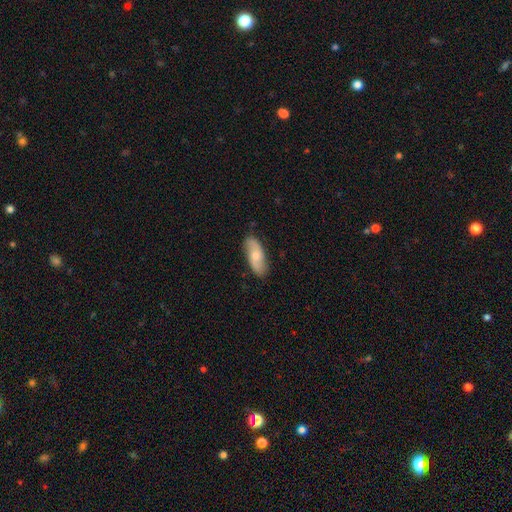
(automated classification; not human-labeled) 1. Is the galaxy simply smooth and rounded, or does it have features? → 54% smooth, 40% featured or disk, 6% star or artifact.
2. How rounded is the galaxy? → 72% in between, 25% cigar-shaped, 3% round.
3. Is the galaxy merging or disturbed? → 82% none, 14% minor disturbance, 3% major disturbance, 1% merger.